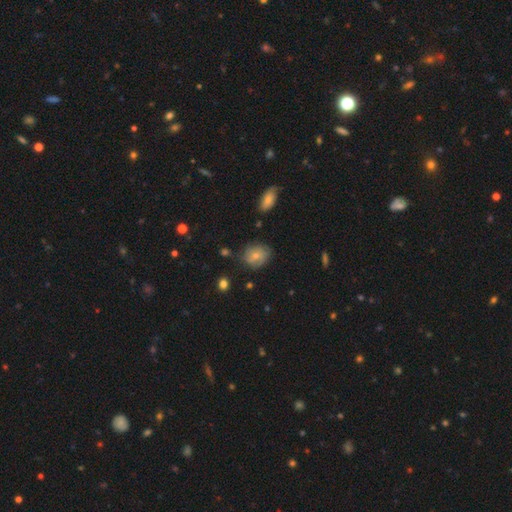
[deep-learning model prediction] smooth 61%, featured or disk 30%, star or artifact 10%. Down the decision tree: how rounded — round (62%); merging — none (67%).